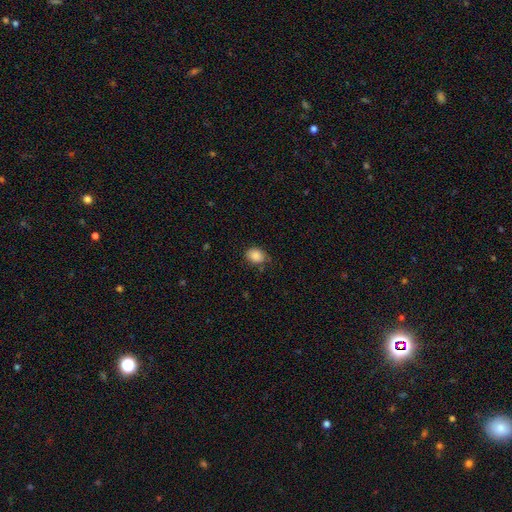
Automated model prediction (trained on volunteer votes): A smooth galaxy with no disk features (87%) that is in between round and cigar-shaped (59%). Merging: none (71%).